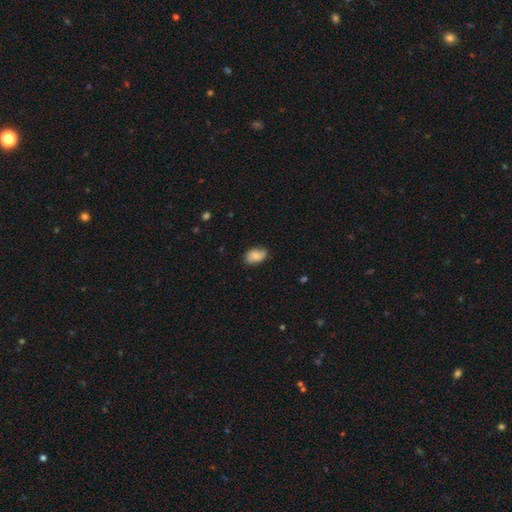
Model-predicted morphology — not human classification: Smooth or featured? smooth (71%)
How rounded? in between (86%)
Merging? none (71%)